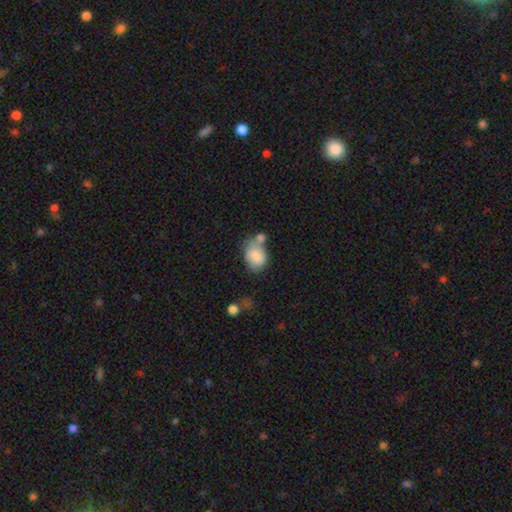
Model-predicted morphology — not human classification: Q: Smooth or featured?
A: smooth (79%); runner-up: featured or disk (13%)
Q: How rounded?
A: in between (64%); runner-up: round (34%)
Q: Merging?
A: none (37%); runner-up: merger (31%)